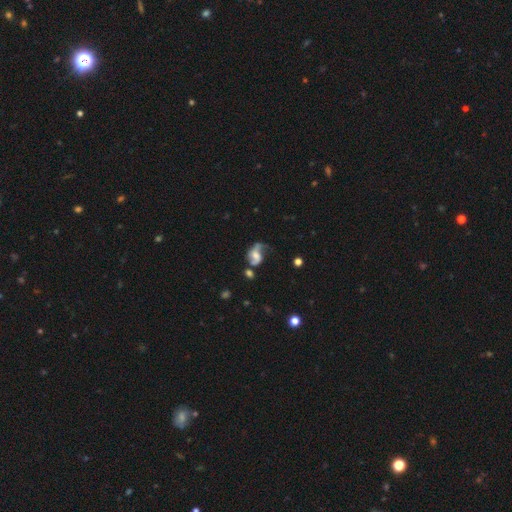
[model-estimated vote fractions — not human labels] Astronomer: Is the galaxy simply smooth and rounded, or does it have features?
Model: featured or disk — 69%.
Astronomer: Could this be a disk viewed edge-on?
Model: no — 97%.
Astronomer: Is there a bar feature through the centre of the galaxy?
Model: no — 52% (runner-up: weak, 36%).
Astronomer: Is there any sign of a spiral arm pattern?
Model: yes — 86%.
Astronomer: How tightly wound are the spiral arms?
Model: loose — 65%.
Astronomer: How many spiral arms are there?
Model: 2 — 67%.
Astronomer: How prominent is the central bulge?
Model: moderate — 40% (runner-up: small, 27%).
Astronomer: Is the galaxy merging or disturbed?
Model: none — 34% (runner-up: major disturbance, 30%).